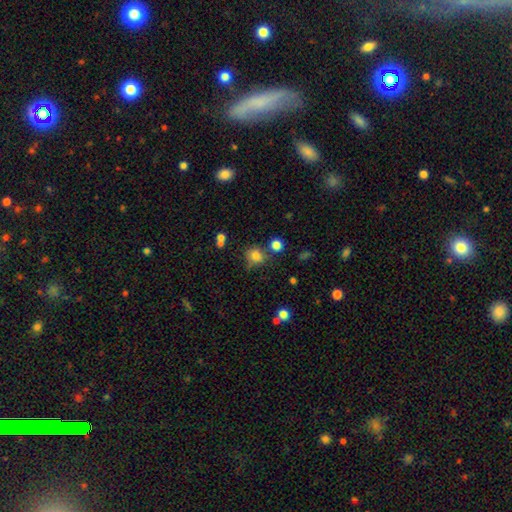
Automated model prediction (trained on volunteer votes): A smooth galaxy with no disk features (80%) that is round (80%). Merging: none (66%).